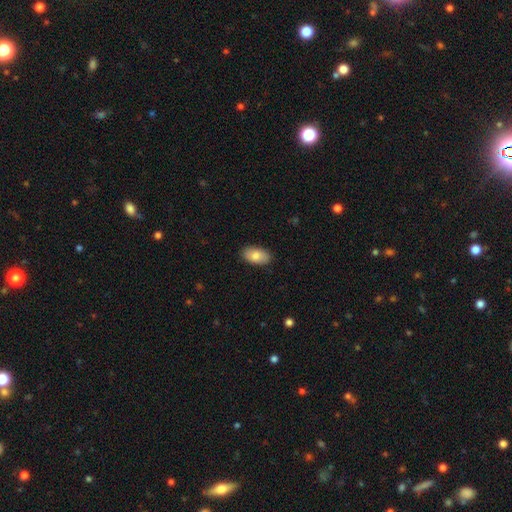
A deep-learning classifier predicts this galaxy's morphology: Smooth or featured? Predicted: smooth (p=0.83). How rounded? Predicted: in between (p=0.94). Merging? Predicted: none (p=0.88).